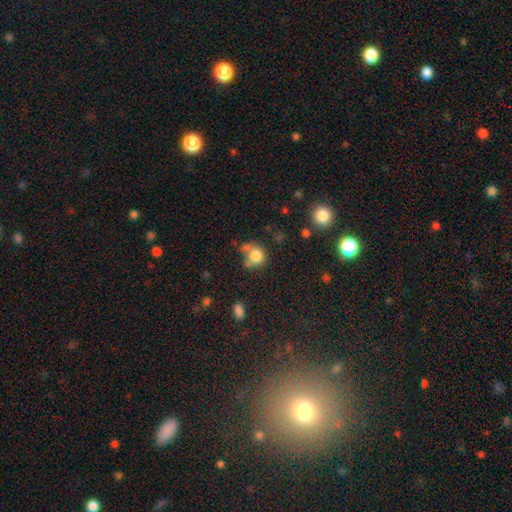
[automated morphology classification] Smooth or featured? smooth (80%)
How rounded? round (80%)
Merging? none (48%)